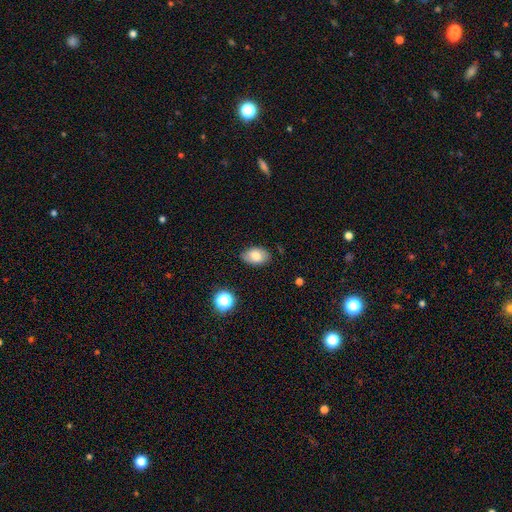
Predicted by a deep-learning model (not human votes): A smooth galaxy with no disk features (78%) that is in between round and cigar-shaped (89%).

Vote fractions:
- Smooth or featured? smooth: 78% / featured or disk: 14% / star or artifact: 9%
- How rounded? in between: 89% / round: 10% / cigar-shaped: 1%
- Merging? none: 82% / minor disturbance: 14% / major disturbance: 3% / merger: 1%